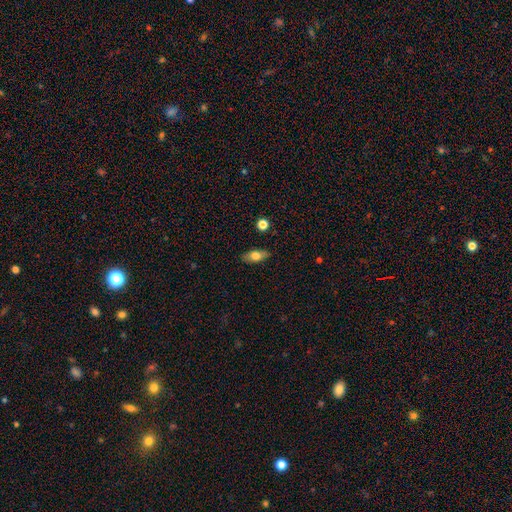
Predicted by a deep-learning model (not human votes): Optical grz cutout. It shows a smooth galaxy with no disk features (72%) that is in between round and cigar-shaped (82%). Merging: none (86%).